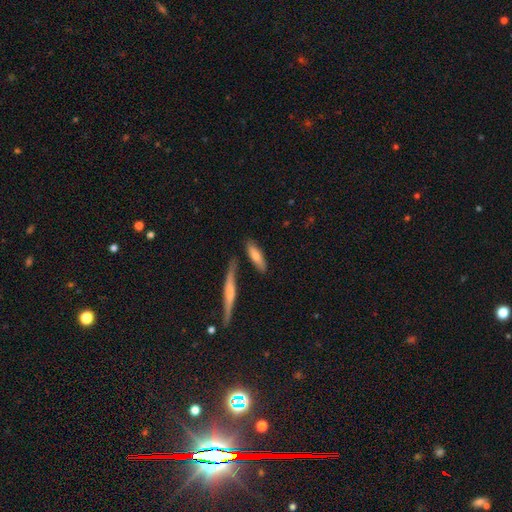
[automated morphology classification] Smooth or featured? smooth (73%)
How rounded? cigar-shaped (54%)
Merging? none (62%)